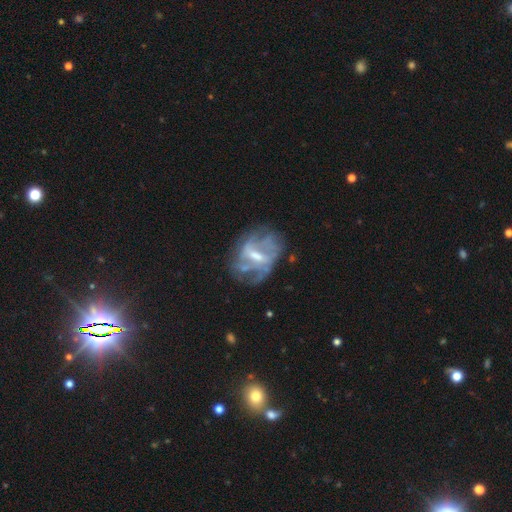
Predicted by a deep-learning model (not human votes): This is likely a featured or disk galaxy (76%). It is clearly not viewed edge-on (96%). Bar: possibly weak (48%). Spiral arm pattern: likely yes (61%). Central bulge: possibly moderate (48%). Merging: possibly none (50%).